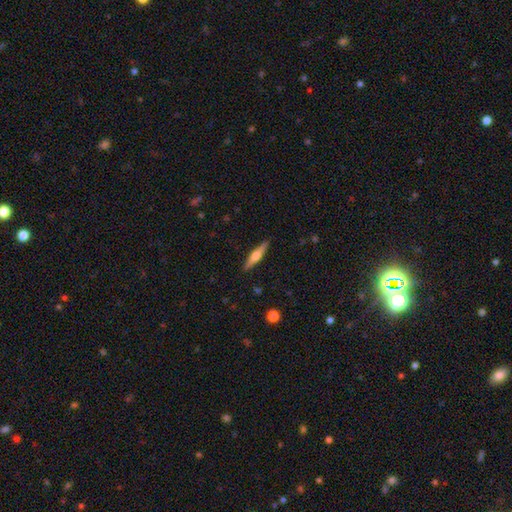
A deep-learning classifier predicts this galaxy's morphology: Q: Smooth or featured?
A: featured or disk (58%); runner-up: smooth (36%)
Q: Edge-on disk?
A: yes (97%); runner-up: no (3%)
Q: Edge-on bulge?
A: rounded (84%); runner-up: boxy (10%)
Q: Merging?
A: none (90%); runner-up: minor disturbance (7%)